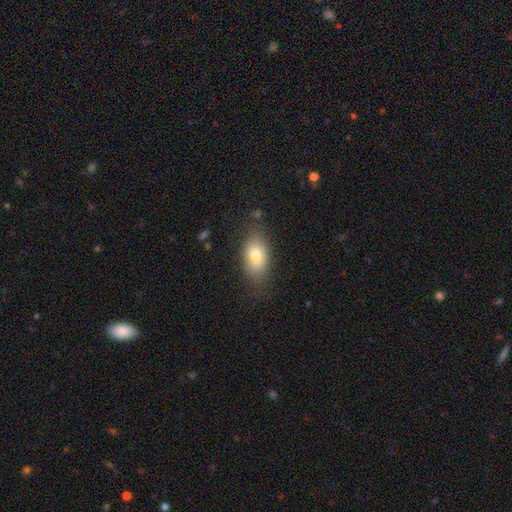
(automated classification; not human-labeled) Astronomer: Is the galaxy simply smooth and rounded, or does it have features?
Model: smooth — 76%.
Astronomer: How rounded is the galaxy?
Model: in between — 87%.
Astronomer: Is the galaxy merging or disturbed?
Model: none — 76%.